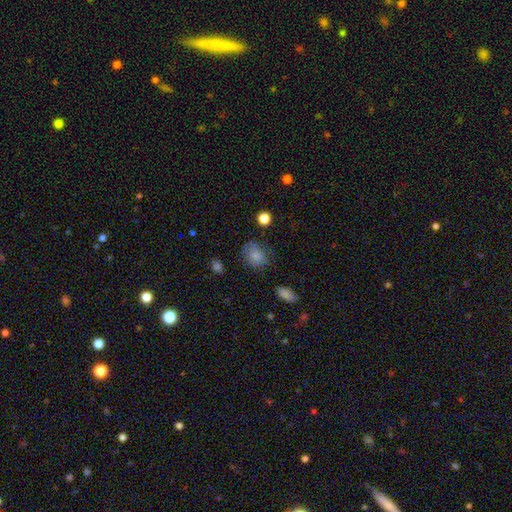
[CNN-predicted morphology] Smooth or featured? smooth (82%)
How rounded? in between (58%)
Merging? none (66%)